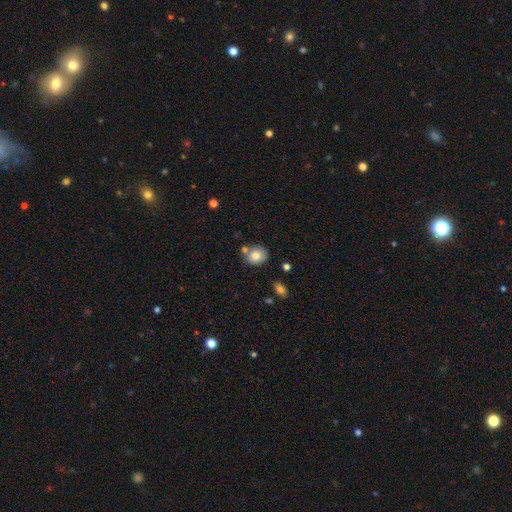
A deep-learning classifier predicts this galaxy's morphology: This is likely a smooth galaxy (78%). How rounded: likely round (67%). Merging: likely none (68%).